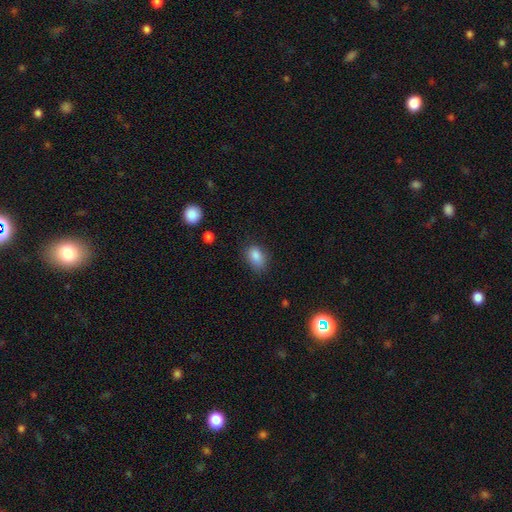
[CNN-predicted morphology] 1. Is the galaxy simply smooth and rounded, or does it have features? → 85% smooth, 10% star or artifact, 6% featured or disk.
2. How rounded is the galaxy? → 80% in between, 19% round, 1% cigar-shaped.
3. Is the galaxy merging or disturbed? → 71% none, 22% minor disturbance, 5% major disturbance, 2% merger.